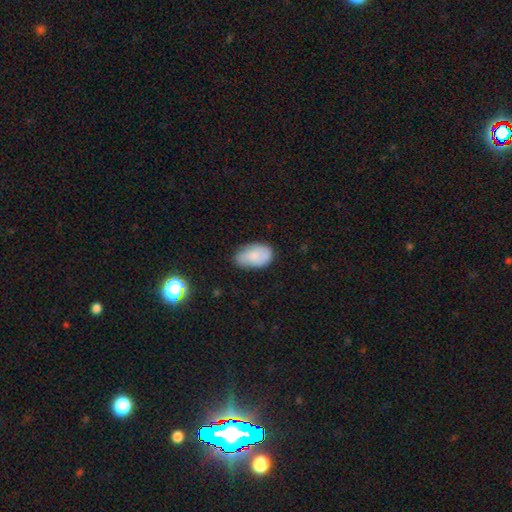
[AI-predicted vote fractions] Morphology: type=smooth (77%); roundness=in between (92%); merging=none (66%).